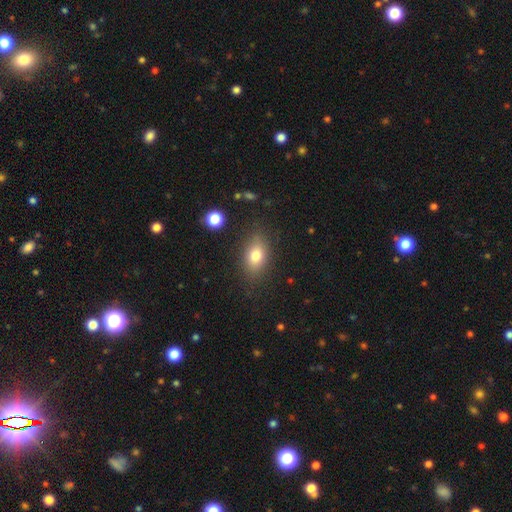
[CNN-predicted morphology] Smooth or featured?
  - smooth: 78% *
  - featured or disk: 12%
  - star or artifact: 10%
How rounded?
  - in between: 81% *
  - round: 15%
  - cigar-shaped: 3%
Merging?
  - none: 81% *
  - minor disturbance: 13%
  - major disturbance: 4%
  - merger: 2%